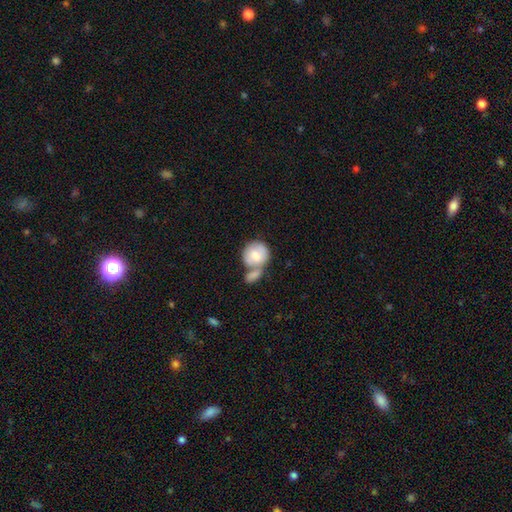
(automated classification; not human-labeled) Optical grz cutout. It shows a smooth galaxy with no disk features (73%) that is round (77%). Merging: merger (53%).